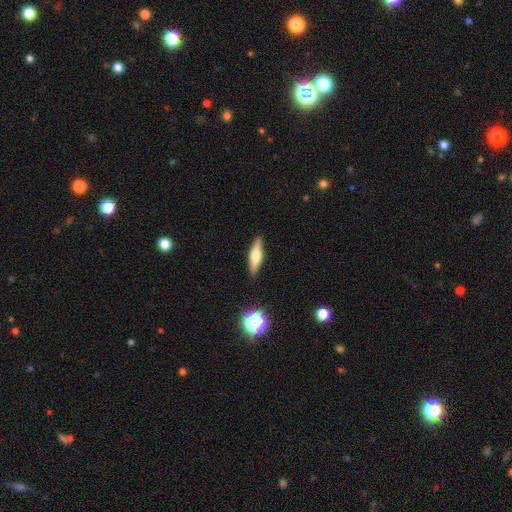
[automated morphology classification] type=featured or disk (48%); merging=none (88%).